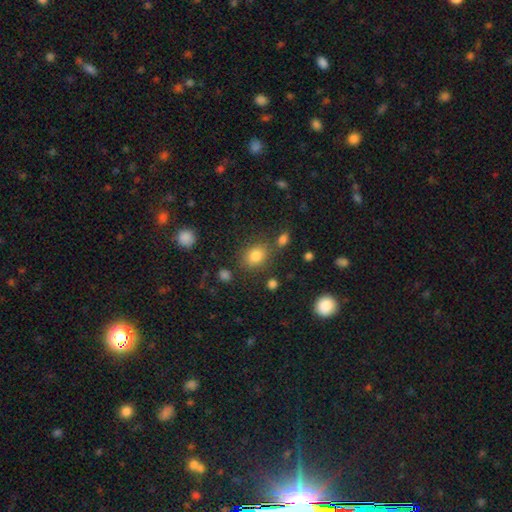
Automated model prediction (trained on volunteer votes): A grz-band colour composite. It shows a smooth galaxy with no disk features (80%) that is round (50%). Merging: none (75%).